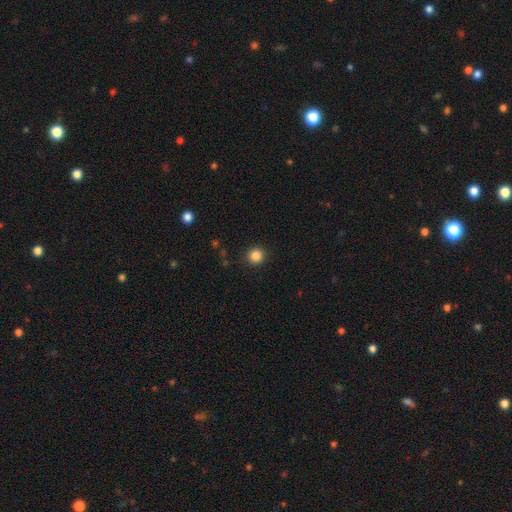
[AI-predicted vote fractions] Q: Smooth or featured?
A: smooth (86%); runner-up: star or artifact (11%)
Q: How rounded?
A: round (93%); runner-up: in between (6%)
Q: Merging?
A: none (91%); runner-up: minor disturbance (6%)